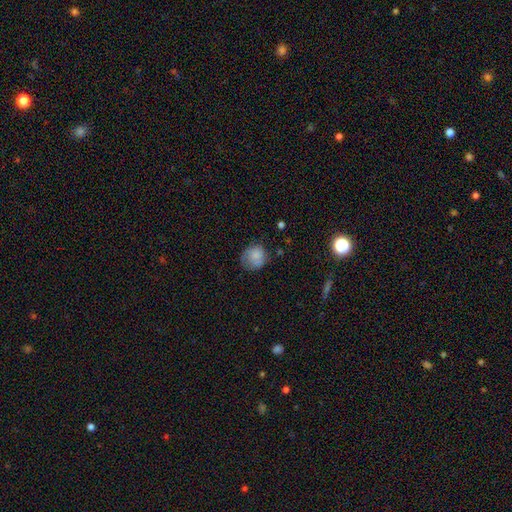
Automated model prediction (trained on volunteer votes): A smooth galaxy with no disk features (77%) that is round (80%). Merging: none (59%).